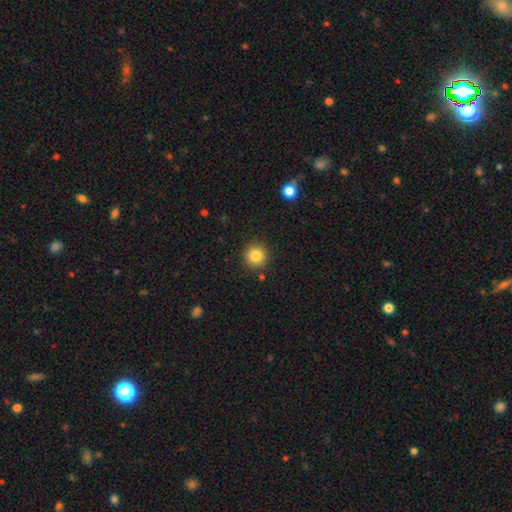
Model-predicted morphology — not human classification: Smooth or featured? Predicted: smooth (p=0.84). How rounded? Predicted: round (p=0.94). Merging? Predicted: none (p=0.89).